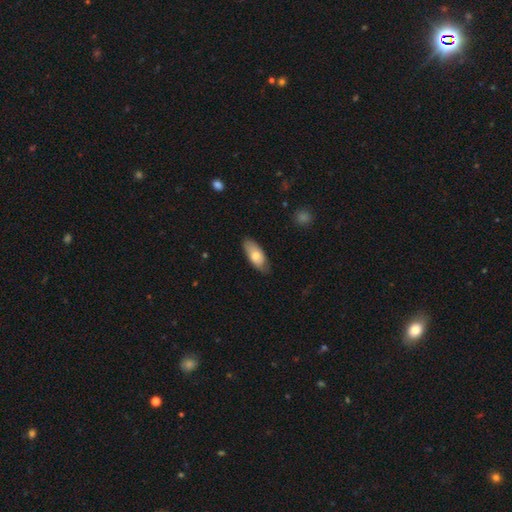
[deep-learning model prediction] Smooth or featured? smooth (70%)
How rounded? in between (87%)
Merging? none (77%)